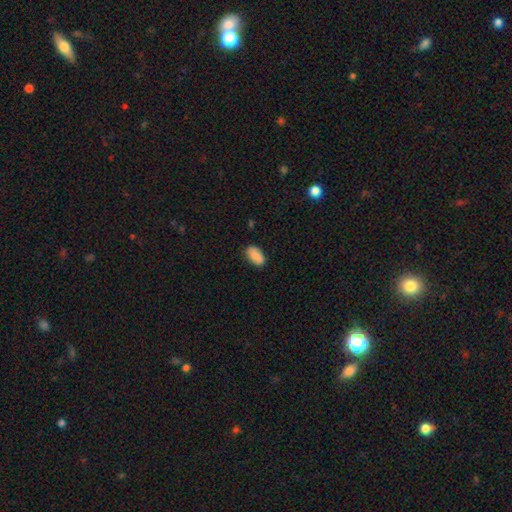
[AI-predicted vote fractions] Smooth or featured? smooth (88%)
How rounded? in between (93%)
Merging? none (82%)